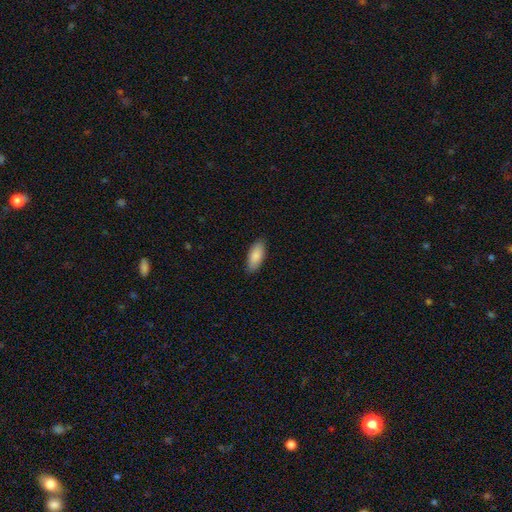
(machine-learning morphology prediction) This is clearly a smooth galaxy (87%). How rounded: clearly in between (88%). Merging: clearly none (87%).